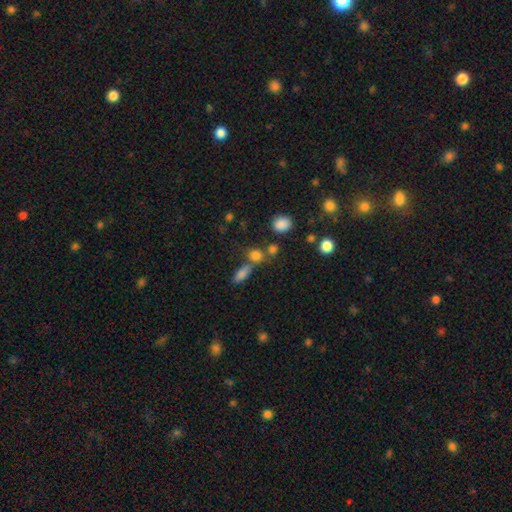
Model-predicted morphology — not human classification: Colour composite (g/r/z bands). It shows a smooth galaxy with no disk features (77%) that is round (64%). Merging: none (51%).